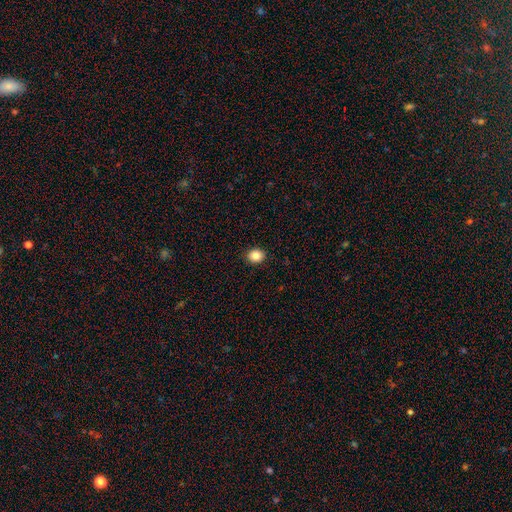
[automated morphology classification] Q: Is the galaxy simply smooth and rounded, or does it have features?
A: smooth — 86%.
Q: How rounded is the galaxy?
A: round — 61%.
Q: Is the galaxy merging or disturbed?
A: none — 91%.